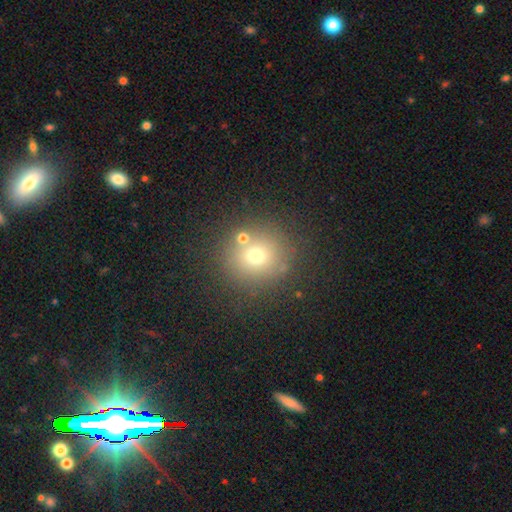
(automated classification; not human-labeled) smooth-or-featured: smooth: 67% | star or artifact: 19% | featured or disk: 13%
  how-rounded: round: 90% | in between: 9% | cigar-shaped: 1%
  merging: none: 76% | merger: 11% | minor disturbance: 9% | major disturbance: 4%